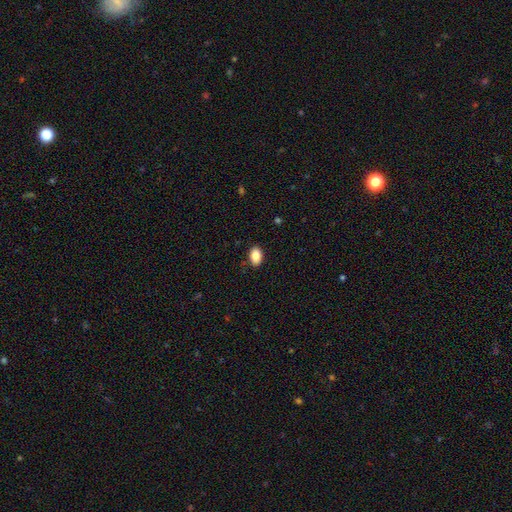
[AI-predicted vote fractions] Morphology: type=smooth (87%); roundness=in between (88%); merging=none (86%).